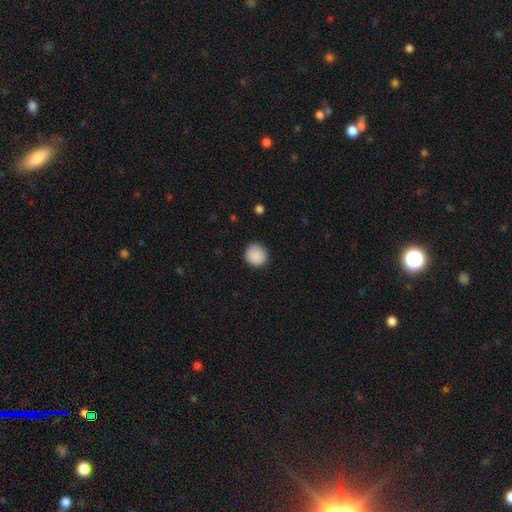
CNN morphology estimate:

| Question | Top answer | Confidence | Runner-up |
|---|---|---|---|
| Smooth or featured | smooth | 89% | star or artifact (8%) |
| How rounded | round | 93% | in between (6%) |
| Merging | none | 89% | minor disturbance (8%) |